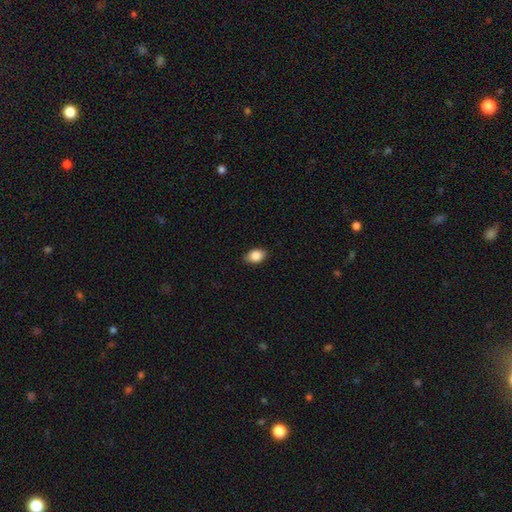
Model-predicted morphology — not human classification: smooth_or_featured: smooth (p=0.87) [alt: star or artifact p=0.08]
how_rounded: in between (p=0.82) [alt: round p=0.16]
merging: none (p=0.84) [alt: minor disturbance p=0.13]